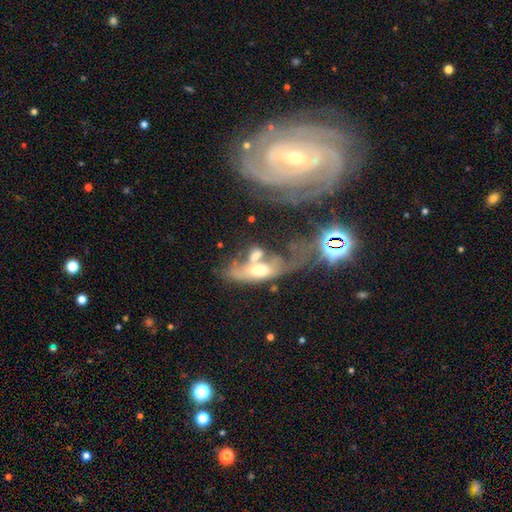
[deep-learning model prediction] smooth_or_featured: featured or disk (p=0.50) [alt: smooth p=0.39]
disk_edge_on: no (p=0.79) [alt: yes p=0.21]
merging: merger (p=0.59) [alt: major disturbance p=0.19]